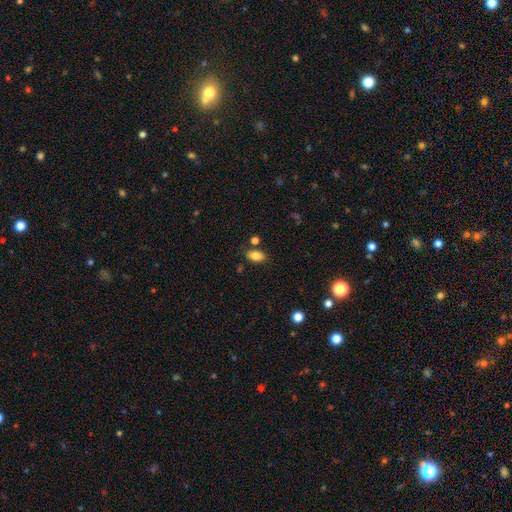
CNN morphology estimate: Smooth or featured: smooth — 84% (star or artifact — 9%)
How rounded: in between — 89% (round — 9%)
Merging: none — 79% (minor disturbance — 12%)